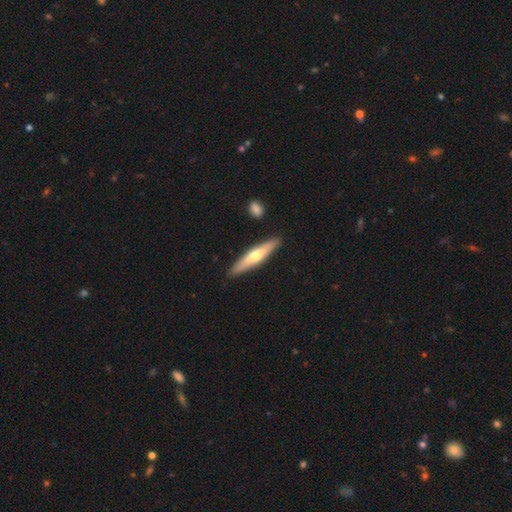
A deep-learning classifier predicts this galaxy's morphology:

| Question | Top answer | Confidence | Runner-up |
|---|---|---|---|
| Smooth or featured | featured or disk | 49% | smooth (46%) |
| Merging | none | 89% | minor disturbance (8%) |